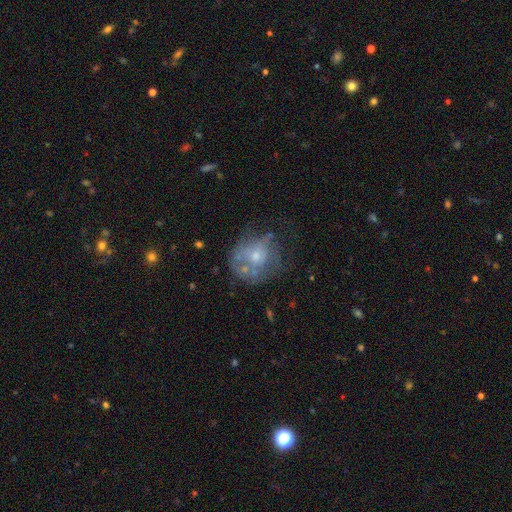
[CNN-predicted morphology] Overall: featured or disk (47%; smooth 41%). Merging: none (47%; minor disturbance 25%).